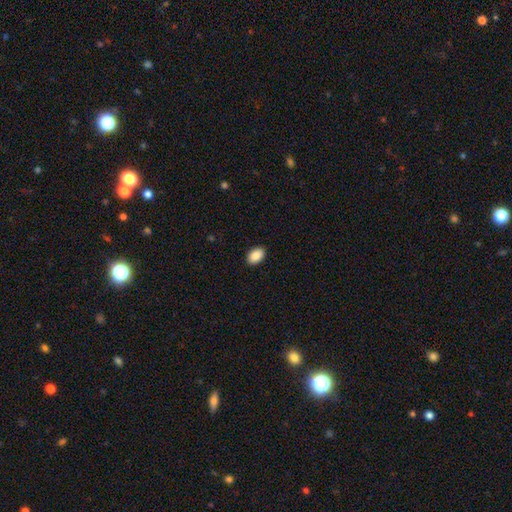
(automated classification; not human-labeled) The model was most divided on "how rounded": in between: 88%, round: 11%, cigar-shaped: 1%. More confident: merging — none (90%); smooth or featured — smooth (89%).